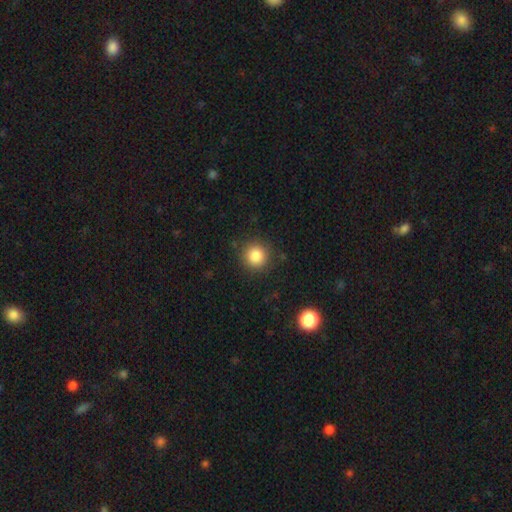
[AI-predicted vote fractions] Smooth or featured?
  - smooth: 84% *
  - star or artifact: 11%
  - featured or disk: 5%
How rounded?
  - round: 93% *
  - in between: 6%
  - cigar-shaped: 1%
Merging?
  - none: 88% *
  - minor disturbance: 8%
  - major disturbance: 3%
  - merger: 1%